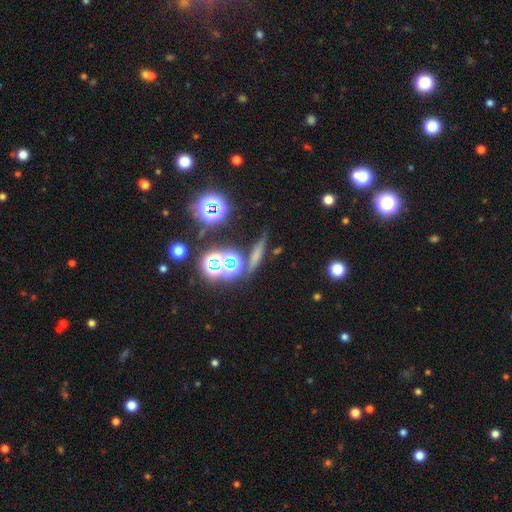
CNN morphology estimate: This is possibly a smooth galaxy (46%). Merging: likely none (77%).